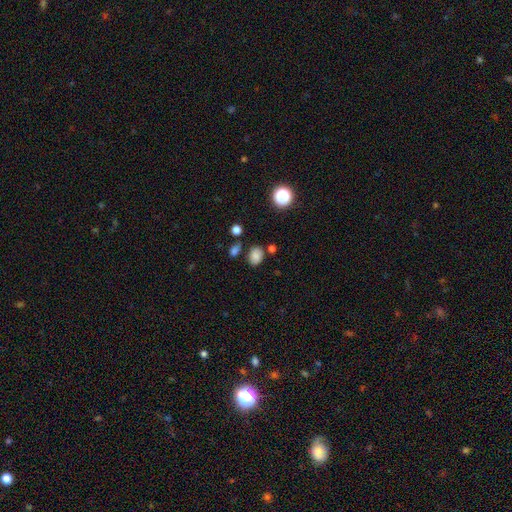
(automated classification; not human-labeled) Smooth or featured?
  - smooth: 80% *
  - star or artifact: 14%
  - featured or disk: 6%
How rounded?
  - in between: 61% *
  - round: 38%
  - cigar-shaped: 1%
Merging?
  - none: 72% *
  - minor disturbance: 15%
  - merger: 9%
  - major disturbance: 4%